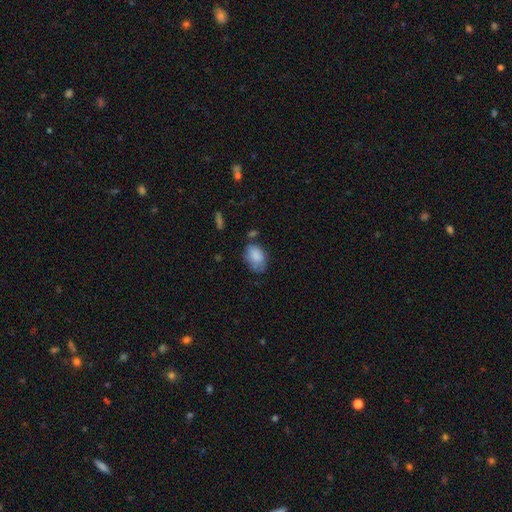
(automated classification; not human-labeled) Q: Smooth or featured?
A: smooth (81%); runner-up: featured or disk (11%)
Q: How rounded?
A: in between (85%); runner-up: round (14%)
Q: Merging?
A: none (51%); runner-up: minor disturbance (30%)